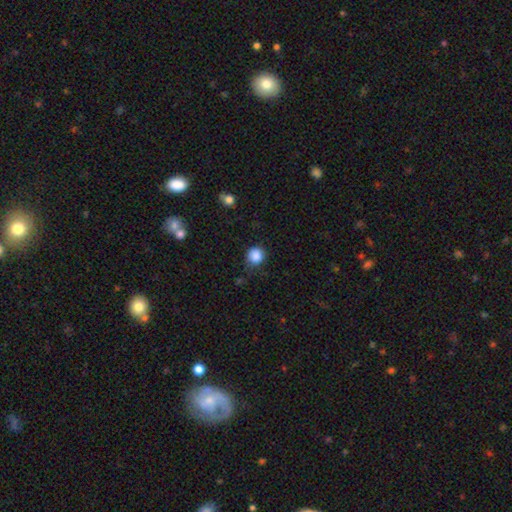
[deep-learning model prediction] Morphology: type=smooth (87%); roundness=round (86%); merging=none (69%).